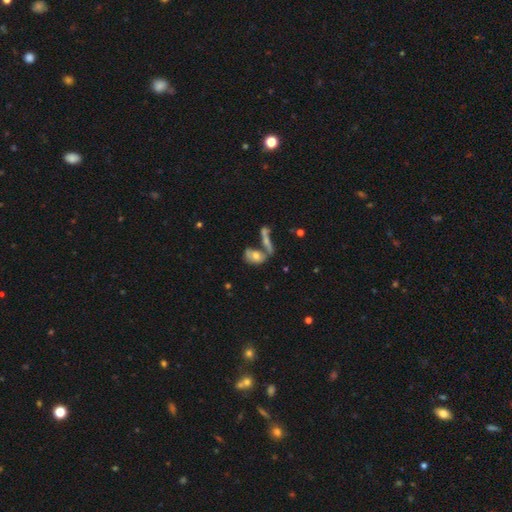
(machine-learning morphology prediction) smooth 56%, featured or disk 33%, star or artifact 11%. Down the decision tree: how rounded — in between (79%); merging — merger (42%).